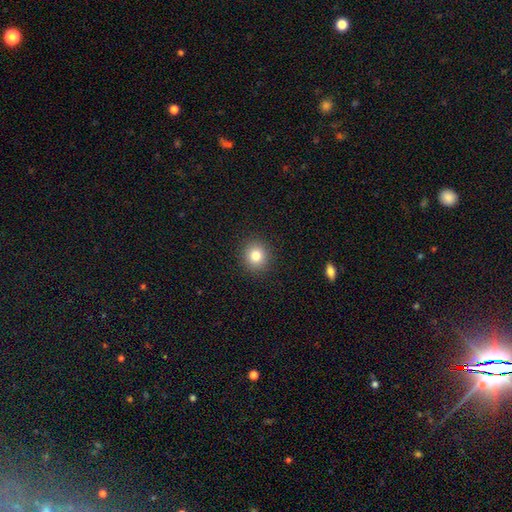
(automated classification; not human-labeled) Smooth or featured?
  - smooth: 82% *
  - star or artifact: 11%
  - featured or disk: 7%
How rounded?
  - round: 85% *
  - in between: 14%
  - cigar-shaped: 1%
Merging?
  - none: 91% *
  - minor disturbance: 6%
  - major disturbance: 2%
  - merger: 1%